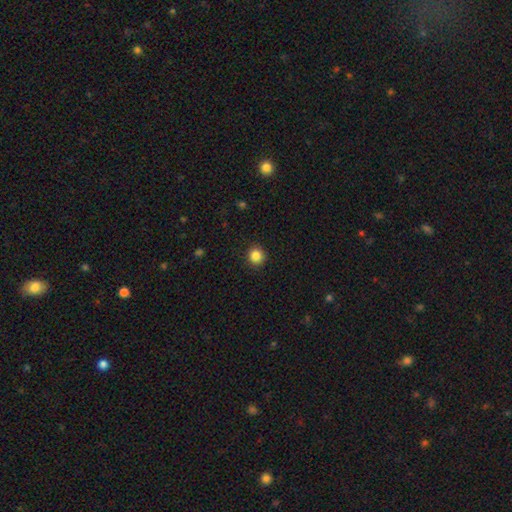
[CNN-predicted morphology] Smooth or featured? Predicted: smooth (p=0.85). How rounded? Predicted: round (p=0.93). Merging? Predicted: none (p=0.92).